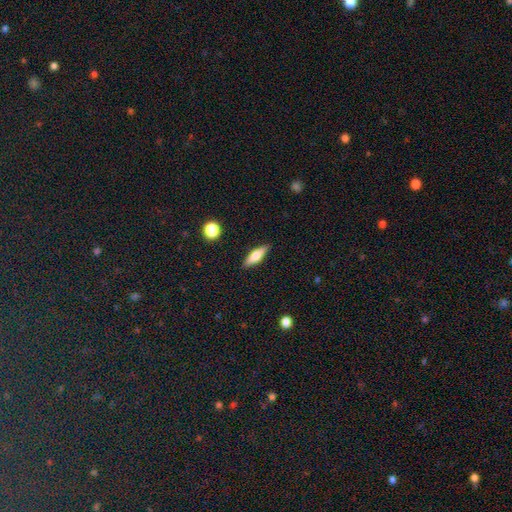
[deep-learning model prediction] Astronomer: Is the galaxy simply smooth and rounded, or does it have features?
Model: smooth — 61%.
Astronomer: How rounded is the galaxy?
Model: cigar-shaped — 58% (runner-up: in between, 39%).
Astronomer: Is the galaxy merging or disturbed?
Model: none — 88%.